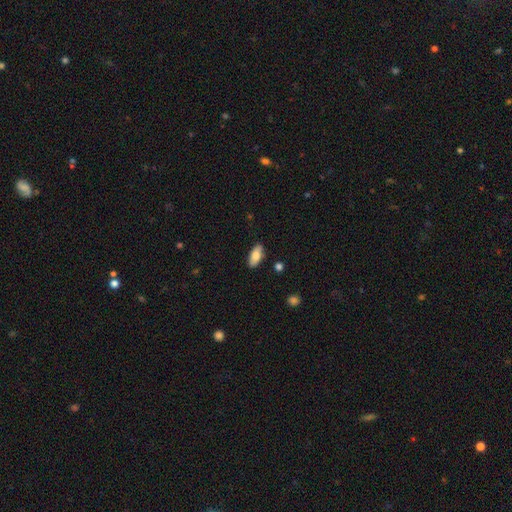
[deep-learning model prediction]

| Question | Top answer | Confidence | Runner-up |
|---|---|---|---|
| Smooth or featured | smooth | 79% | featured or disk (15%) |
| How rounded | in between | 86% | cigar-shaped (12%) |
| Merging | none | 87% | minor disturbance (10%) |